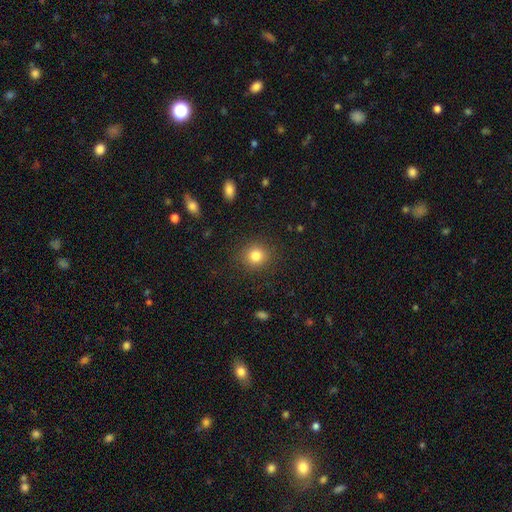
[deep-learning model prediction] Smooth or featured?
  - smooth: 82% *
  - star or artifact: 12%
  - featured or disk: 6%
How rounded?
  - round: 88% *
  - in between: 11%
  - cigar-shaped: 1%
Merging?
  - none: 89% *
  - minor disturbance: 7%
  - major disturbance: 3%
  - merger: 1%